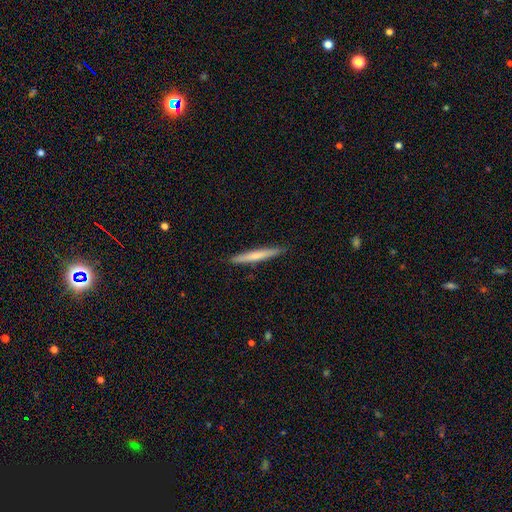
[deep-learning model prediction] Morphology: type=smooth (57%); roundness=cigar-shaped (96%); merging=none (91%).